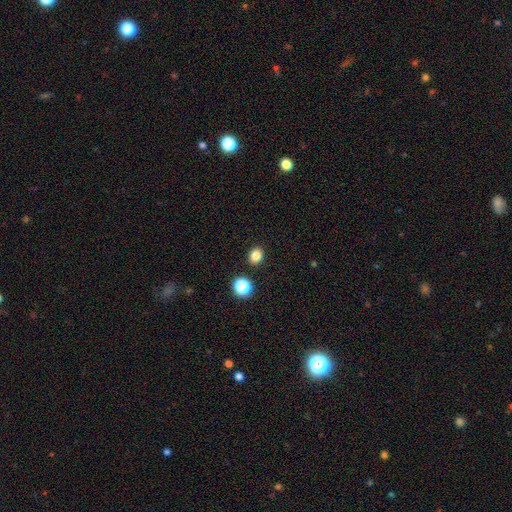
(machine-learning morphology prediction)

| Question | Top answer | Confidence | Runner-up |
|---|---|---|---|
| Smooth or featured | smooth | 82% | star or artifact (13%) |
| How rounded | round | 64% | in between (35%) |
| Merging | none | 89% | minor disturbance (6%) |